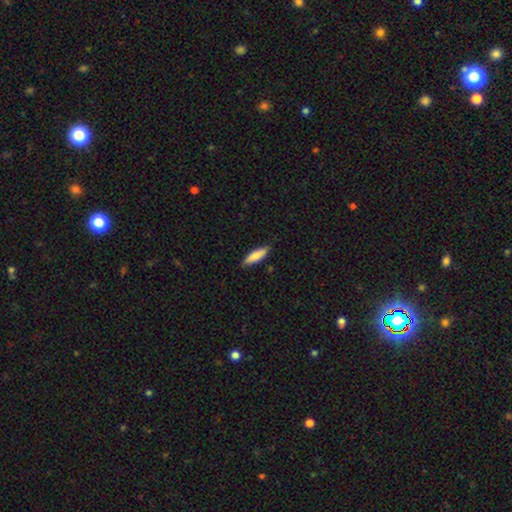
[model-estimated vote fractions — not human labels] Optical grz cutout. It shows a smooth galaxy with no disk features (83%) that is cigar-shaped (58%). Merging: none (84%).